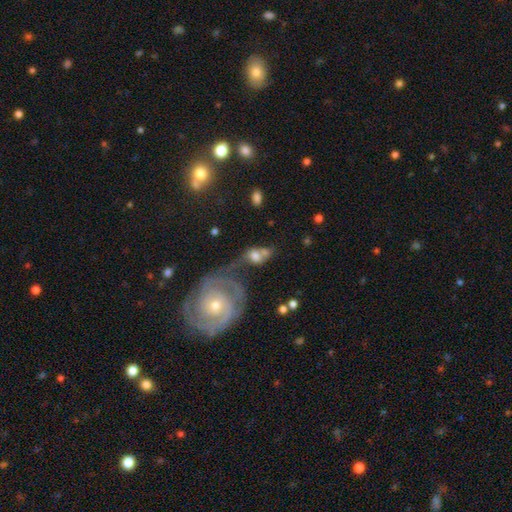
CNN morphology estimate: This appears to be a smooth galaxy with no disk features (47%). Merging: merger (47%).